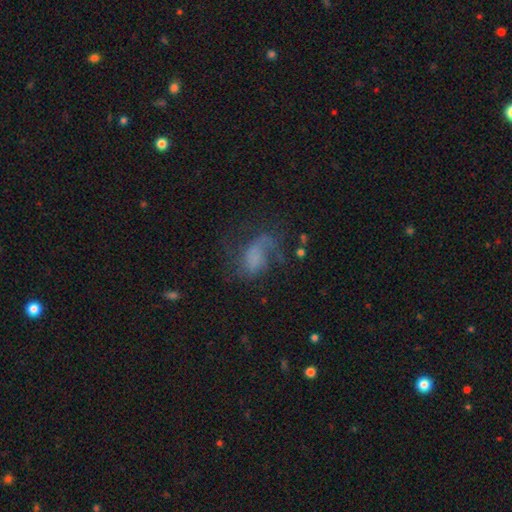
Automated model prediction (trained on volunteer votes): A featured or disk galaxy (58%) with no bar (67%), spiral arms (79%) and no central bulge (57%).

Vote fractions:
- Smooth or featured? featured or disk: 58% / smooth: 29% / star or artifact: 14%
- Edge-on disk? no: 97% / yes: 3%
- Bar? no: 67% / weak: 26% / strong: 7%
- Spiral arms? yes: 79% / no: 21%
- Bulge size? none: 57% / small: 14% / moderate: 13% / large: 12% / dominant: 4%
- Merging? none: 41% / major disturbance: 37% / minor disturbance: 19% / merger: 4%